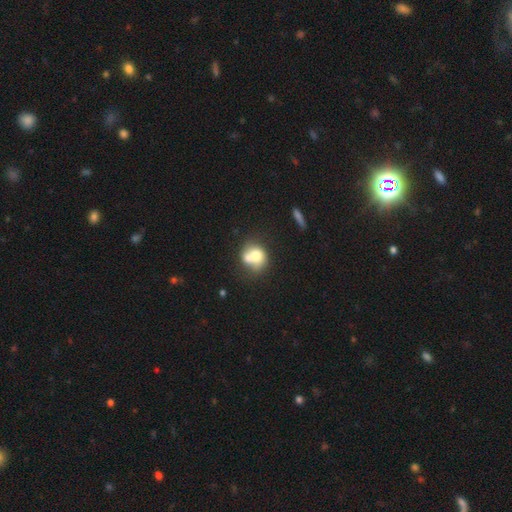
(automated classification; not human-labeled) A smooth galaxy with no disk features (67%) that is round (68%). Merging: merger (56%).